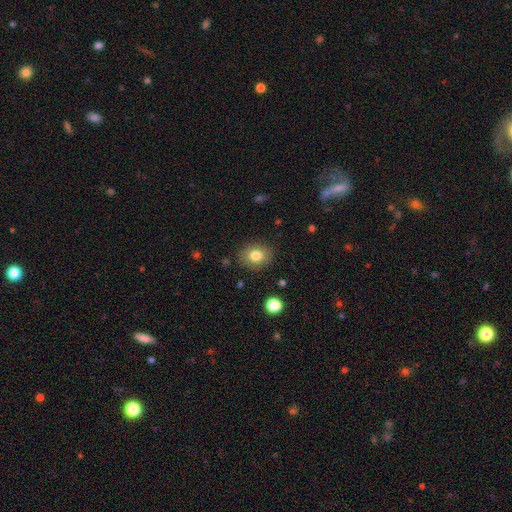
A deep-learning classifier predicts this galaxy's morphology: Smooth or featured?
  - smooth: 79% *
  - featured or disk: 12%
  - star or artifact: 9%
How rounded?
  - in between: 50% *
  - round: 49%
  - cigar-shaped: 1%
Merging?
  - none: 85% *
  - minor disturbance: 11%
  - major disturbance: 3%
  - merger: 1%